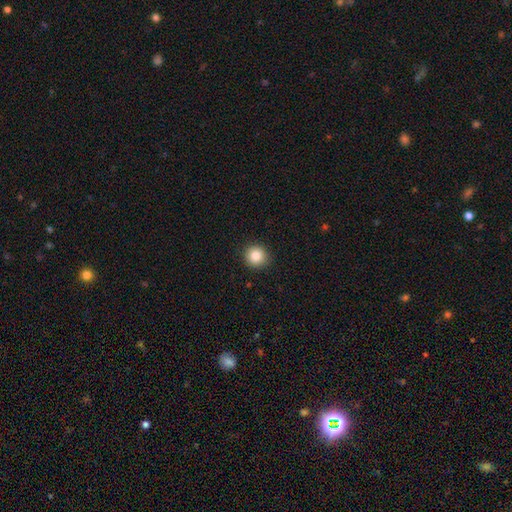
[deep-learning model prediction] Smooth or featured? Predicted: smooth (p=0.84). How rounded? Predicted: round (p=0.92). Merging? Predicted: none (p=0.91).